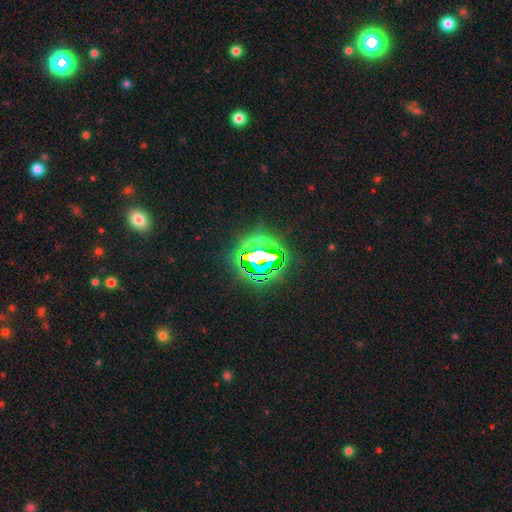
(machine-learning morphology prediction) Smooth or featured? Predicted: star or artifact (p=0.79).